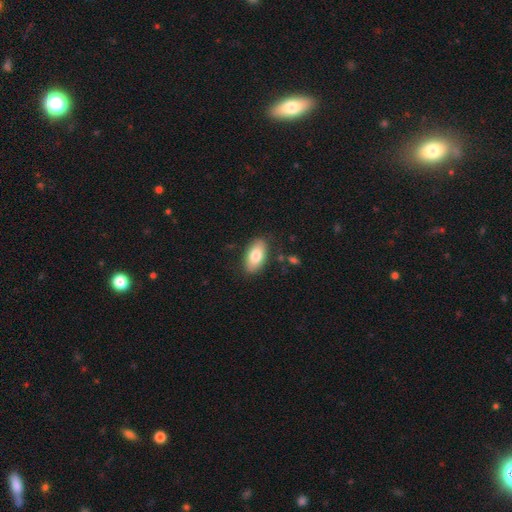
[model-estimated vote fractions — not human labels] Smooth or featured?
  - smooth: 81% *
  - featured or disk: 13%
  - star or artifact: 6%
How rounded?
  - in between: 93% *
  - cigar-shaped: 4%
  - round: 3%
Merging?
  - none: 84% *
  - minor disturbance: 11%
  - major disturbance: 3%
  - merger: 2%